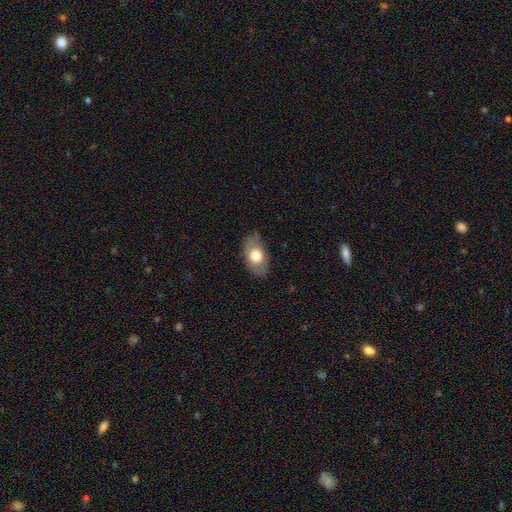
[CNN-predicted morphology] Smooth or featured: smooth — 65% (featured or disk — 29%)
How rounded: in between — 89% (round — 10%)
Merging: none — 77% (minor disturbance — 17%)